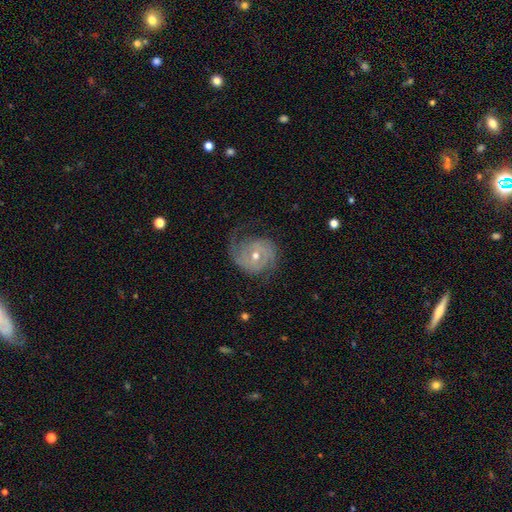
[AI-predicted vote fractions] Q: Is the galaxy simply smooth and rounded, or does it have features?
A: featured or disk — 85%.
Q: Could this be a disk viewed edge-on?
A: no — 97%.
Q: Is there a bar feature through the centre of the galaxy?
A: no — 62%.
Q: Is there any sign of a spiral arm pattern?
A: yes — 95%.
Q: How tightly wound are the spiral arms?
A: tight — 49%.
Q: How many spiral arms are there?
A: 2 — 69%.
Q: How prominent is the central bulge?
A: moderate — 54%.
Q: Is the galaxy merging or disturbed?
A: none — 67%.